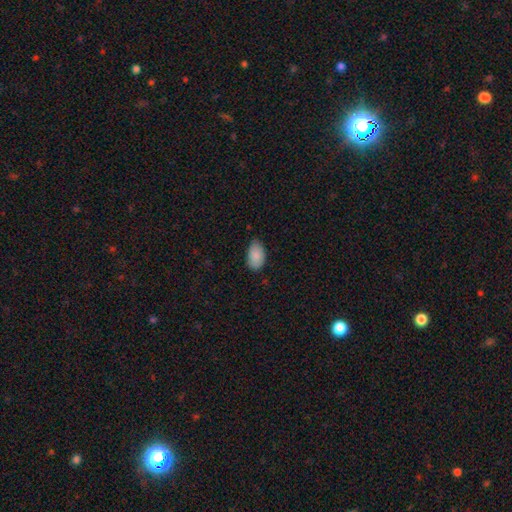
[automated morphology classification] A smooth galaxy with no disk features (89%) that is in between round and cigar-shaped (94%). Merging: none (75%).